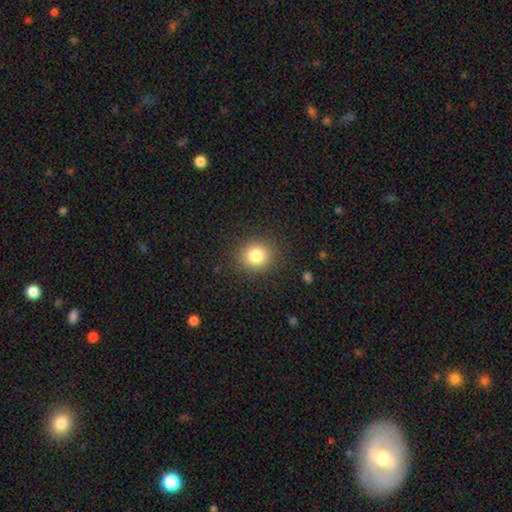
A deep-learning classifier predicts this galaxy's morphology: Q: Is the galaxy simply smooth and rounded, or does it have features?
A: smooth — 82%.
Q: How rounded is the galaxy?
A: round — 84%.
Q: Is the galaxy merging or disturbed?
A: none — 89%.